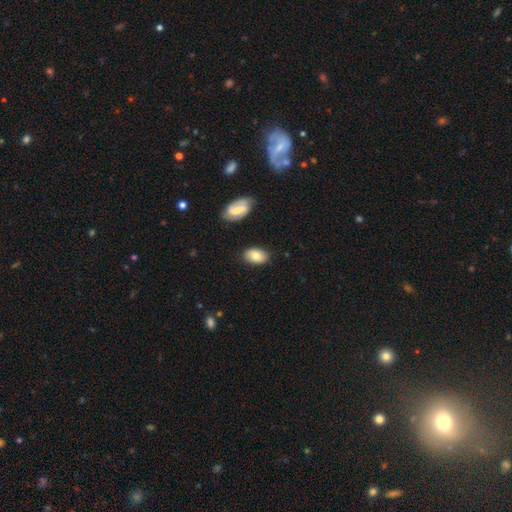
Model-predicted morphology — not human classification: Overall: smooth (71%). How rounded: in between (91%). Merging: none (82%).